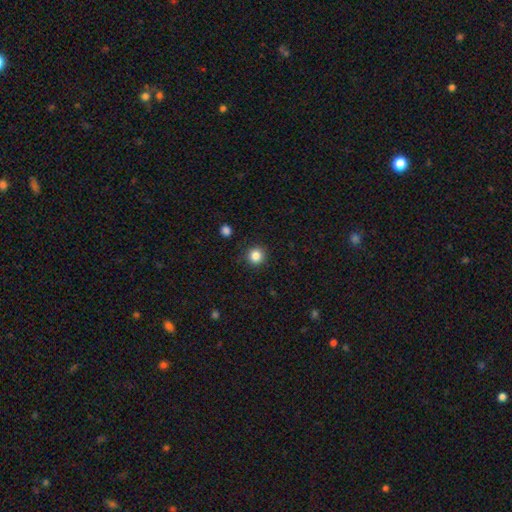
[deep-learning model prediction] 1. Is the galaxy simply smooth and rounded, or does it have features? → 85% smooth, 11% star or artifact, 4% featured or disk.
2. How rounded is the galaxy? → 94% round, 5% in between, 1% cigar-shaped.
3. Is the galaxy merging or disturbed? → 90% none, 6% minor disturbance, 2% major disturbance, 1% merger.